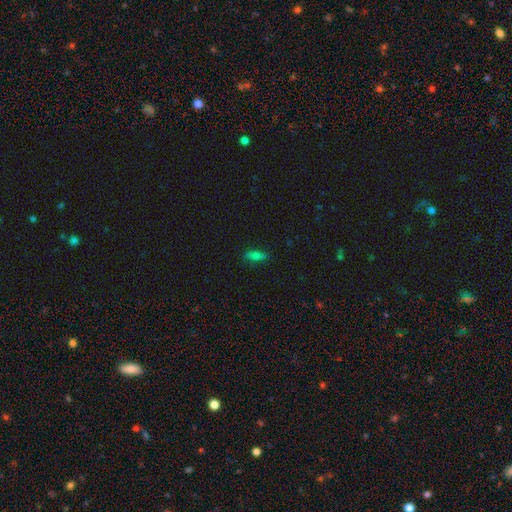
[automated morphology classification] smooth-or-featured: smooth: 68% | featured or disk: 19% | star or artifact: 12%
  how-rounded: in between: 58% | cigar-shaped: 38% | round: 4%
  merging: none: 83% | minor disturbance: 13% | major disturbance: 2% | merger: 1%